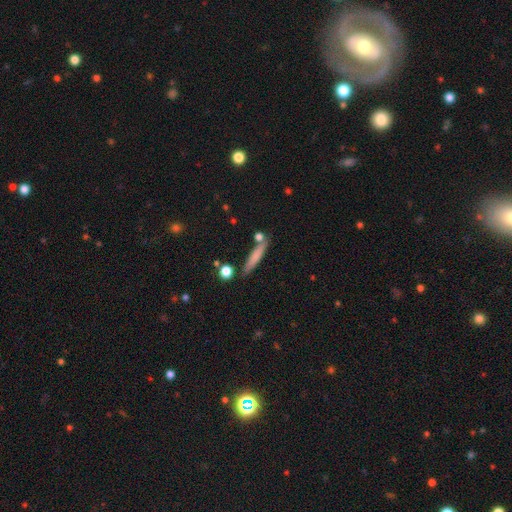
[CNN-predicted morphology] Q: Smooth or featured?
A: smooth (71%); runner-up: featured or disk (22%)
Q: How rounded?
A: cigar-shaped (90%); runner-up: in between (8%)
Q: Merging?
A: none (79%); runner-up: minor disturbance (11%)